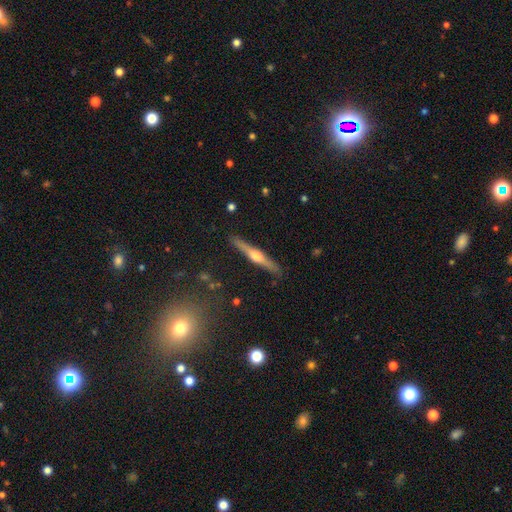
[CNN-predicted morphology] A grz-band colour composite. It shows a featured or disk galaxy (72%) viewed edge-on (98%) with a rounded central bulge (91%). Merging: none (90%).